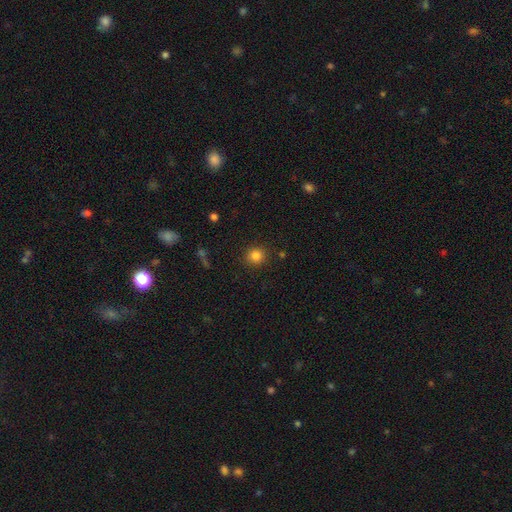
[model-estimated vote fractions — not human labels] smooth_or_featured: smooth (p=0.83) [alt: star or artifact p=0.12]
how_rounded: round (p=0.89) [alt: in between p=0.10]
merging: none (p=0.89) [alt: minor disturbance p=0.07]